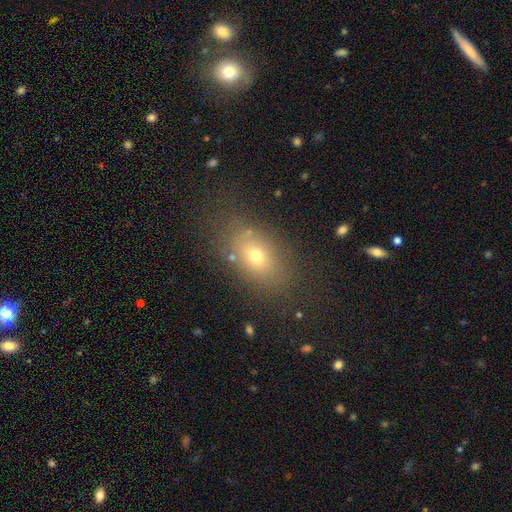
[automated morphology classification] smooth 67%, featured or disk 18%, star or artifact 15%. Down the decision tree: how rounded — in between (78%); merging — none (75%).